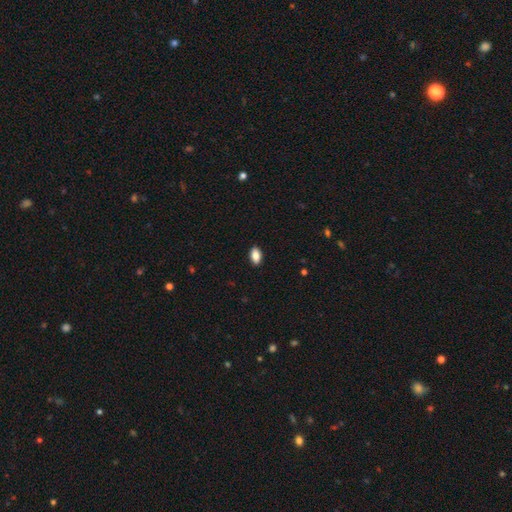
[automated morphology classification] smooth 83%, featured or disk 10%, star or artifact 7%. Down the decision tree: how rounded — in between (91%); merging — none (90%).